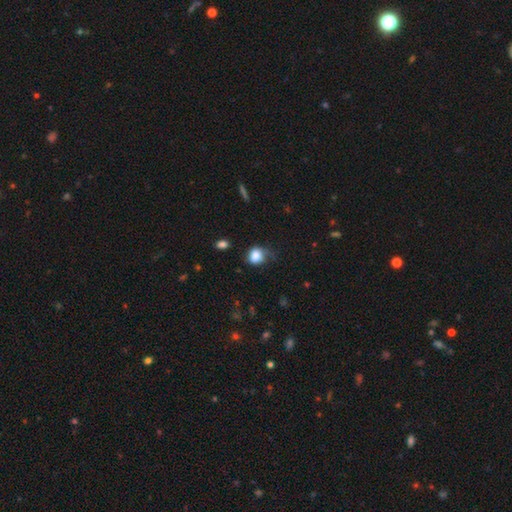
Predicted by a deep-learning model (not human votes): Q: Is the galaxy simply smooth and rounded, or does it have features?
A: smooth — 83%.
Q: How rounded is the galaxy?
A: round — 67%.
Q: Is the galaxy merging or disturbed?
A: none — 45%.